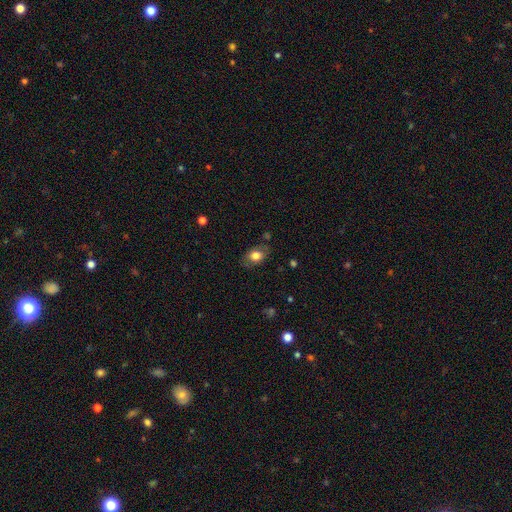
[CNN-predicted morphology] smooth_or_featured: smooth (p=0.75) [alt: featured or disk p=0.16]
how_rounded: in between (p=0.79) [alt: round p=0.19]
merging: none (p=0.74) [alt: minor disturbance p=0.19]